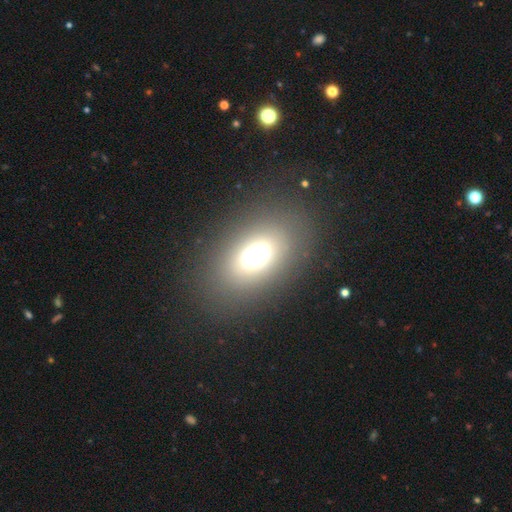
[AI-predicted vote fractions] A smooth galaxy with no disk features (68%) that is in between round and cigar-shaped (81%).

Vote fractions:
- Smooth or featured? smooth: 68% / star or artifact: 16% / featured or disk: 16%
- How rounded? in between: 81% / round: 16% / cigar-shaped: 2%
- Merging? none: 80% / minor disturbance: 11% / major disturbance: 7% / merger: 2%